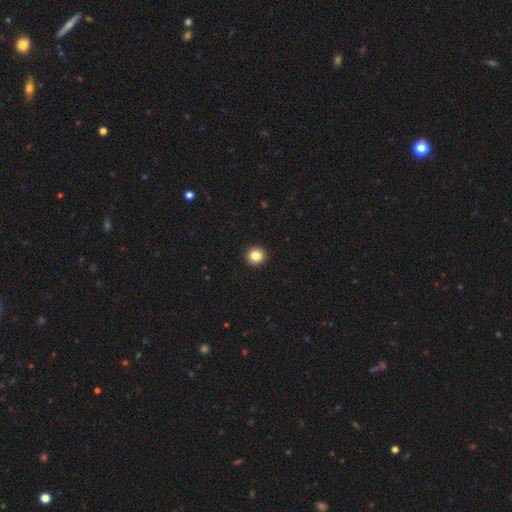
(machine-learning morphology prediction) Smooth or featured? Predicted: smooth (p=0.85). How rounded? Predicted: round (p=0.95). Merging? Predicted: none (p=0.94).